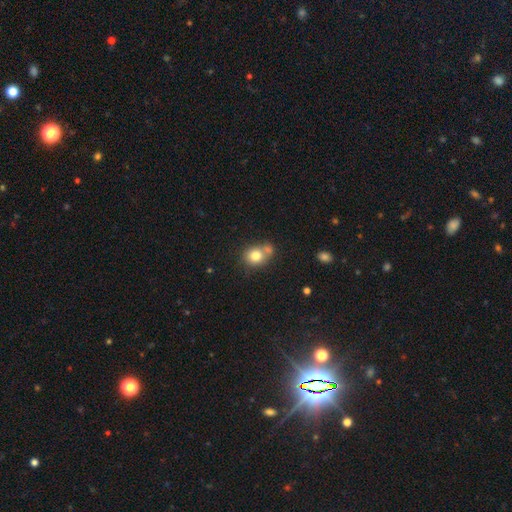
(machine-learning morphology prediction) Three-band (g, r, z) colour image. It shows a smooth galaxy with no disk features (78%) that is round (68%). Merging: none (47%).